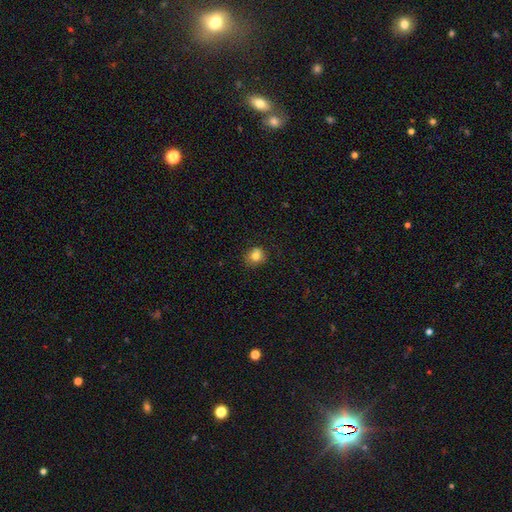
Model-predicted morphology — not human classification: Q: Smooth or featured?
A: smooth (80%); runner-up: star or artifact (11%)
Q: How rounded?
A: round (78%); runner-up: in between (21%)
Q: Merging?
A: none (79%); runner-up: minor disturbance (16%)